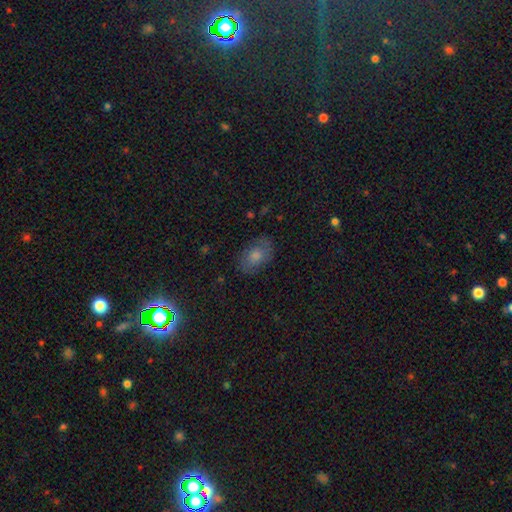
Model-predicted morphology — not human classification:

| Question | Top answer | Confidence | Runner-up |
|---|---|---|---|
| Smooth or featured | smooth | 67% | featured or disk (22%) |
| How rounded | in between | 86% | round (13%) |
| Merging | none | 76% | minor disturbance (17%) |